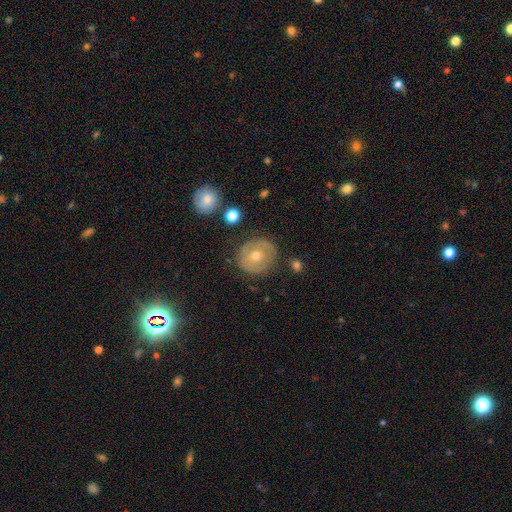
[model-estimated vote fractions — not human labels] Smooth or featured? Predicted: smooth (p=0.46). Merging? Predicted: none (p=0.81).